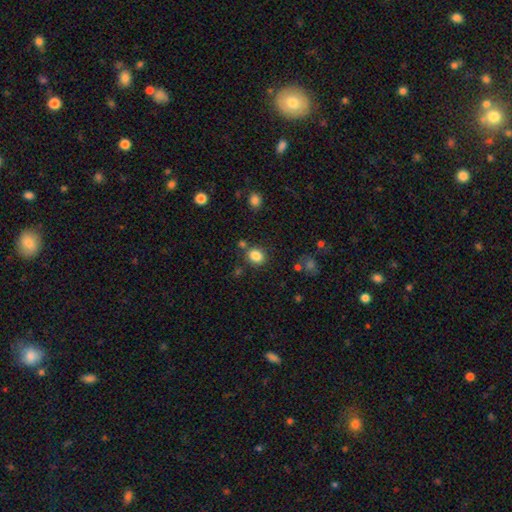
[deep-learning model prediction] Q: Smooth or featured?
A: smooth (84%); runner-up: star or artifact (10%)
Q: How rounded?
A: round (53%); runner-up: in between (46%)
Q: Merging?
A: none (77%); runner-up: minor disturbance (11%)